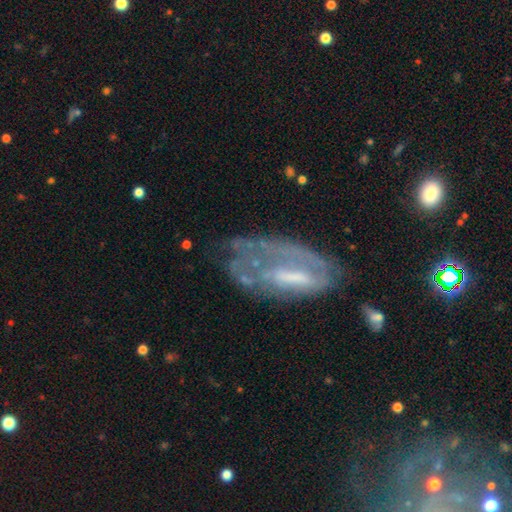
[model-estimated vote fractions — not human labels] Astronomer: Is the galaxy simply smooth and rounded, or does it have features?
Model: featured or disk — 64%.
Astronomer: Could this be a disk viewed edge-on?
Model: no — 87%.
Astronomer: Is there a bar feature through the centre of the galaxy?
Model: no — 39% (runner-up: weak, 37%).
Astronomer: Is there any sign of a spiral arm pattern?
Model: yes — 58% (runner-up: no, 42%).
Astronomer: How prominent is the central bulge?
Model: small — 34% (runner-up: moderate, 31%).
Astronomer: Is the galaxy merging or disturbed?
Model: none — 48% (runner-up: minor disturbance, 24%).